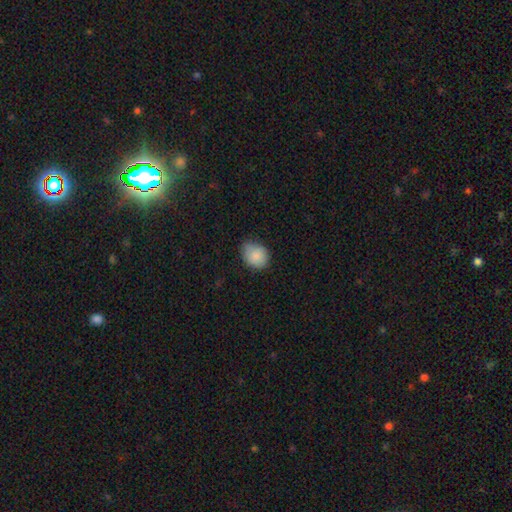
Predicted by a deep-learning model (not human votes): Smooth or featured: smooth — 86% (star or artifact — 8%)
How rounded: round — 51% (in between — 48%)
Merging: none — 64% (minor disturbance — 31%)